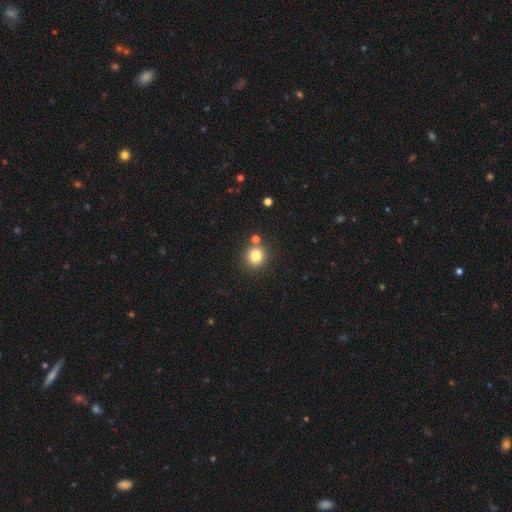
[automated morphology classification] Smooth or featured: smooth — 80% (star or artifact — 13%)
How rounded: round — 91% (in between — 8%)
Merging: none — 81% (merger — 9%)